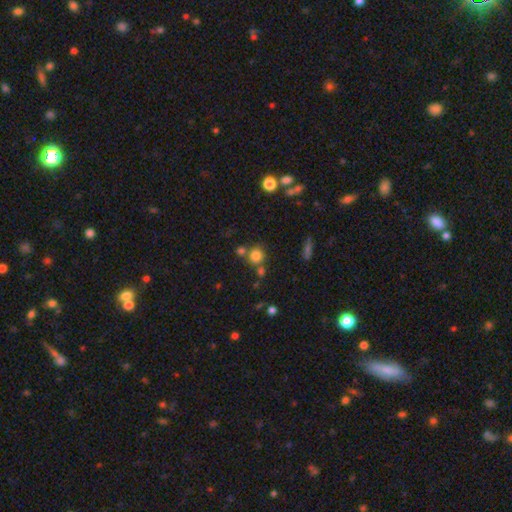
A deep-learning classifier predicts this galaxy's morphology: A smooth galaxy with no disk features (79%) that is round (89%).

Vote fractions:
- Smooth or featured? smooth: 79% / star or artifact: 14% / featured or disk: 7%
- How rounded? round: 89% / in between: 10% / cigar-shaped: 1%
- Merging? none: 64% / merger: 22% / minor disturbance: 10% / major disturbance: 4%